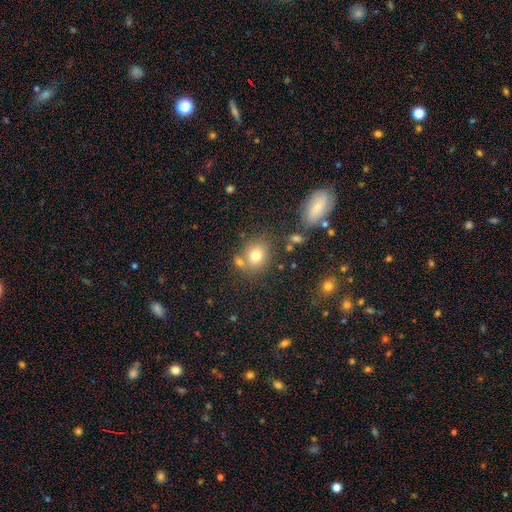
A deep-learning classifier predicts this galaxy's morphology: This appears to be a smooth galaxy with no disk features (76%) that is round (67%). Merging: none (63%).